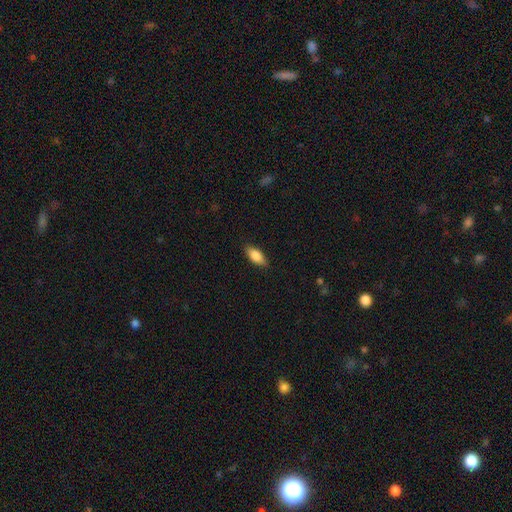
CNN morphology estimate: smooth 83%, featured or disk 11%, star or artifact 6%. Down the decision tree: how rounded — in between (81%); merging — none (87%).